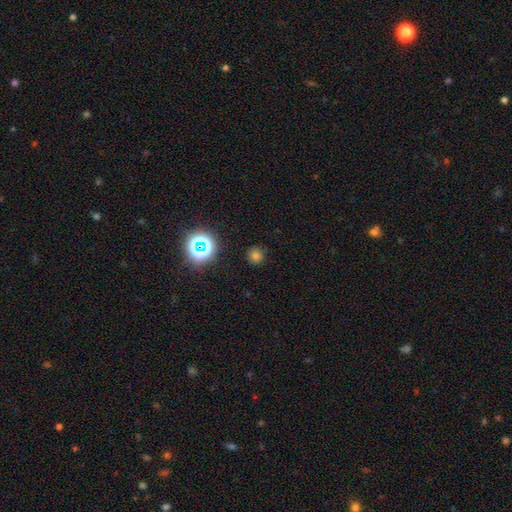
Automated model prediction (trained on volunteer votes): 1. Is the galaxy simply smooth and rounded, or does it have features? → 67% smooth, 26% star or artifact, 7% featured or disk.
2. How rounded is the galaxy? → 92% round, 7% in between, 1% cigar-shaped.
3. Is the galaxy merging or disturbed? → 88% none, 8% minor disturbance, 3% major disturbance, 2% merger.